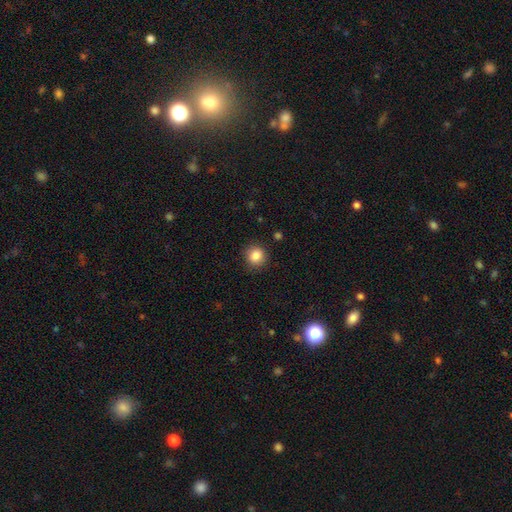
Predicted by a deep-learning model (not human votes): This is clearly a smooth galaxy (85%). How rounded: clearly round (90%). Merging: clearly none (89%).